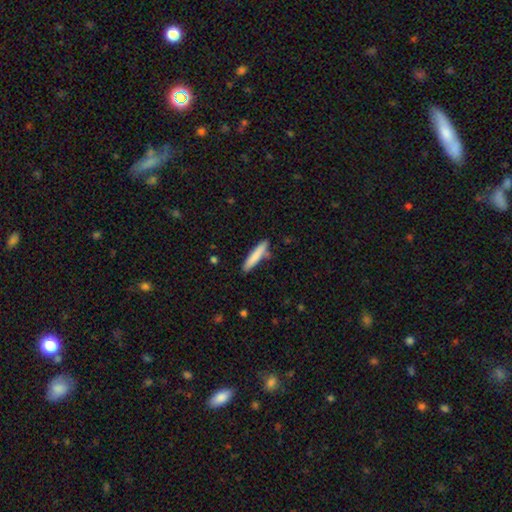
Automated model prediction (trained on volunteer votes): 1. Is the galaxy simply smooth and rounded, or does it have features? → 82% smooth, 12% featured or disk, 6% star or artifact.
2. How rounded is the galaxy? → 90% cigar-shaped, 9% in between, 1% round.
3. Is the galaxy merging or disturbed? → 81% none, 12% minor disturbance, 4% merger, 2% major disturbance.